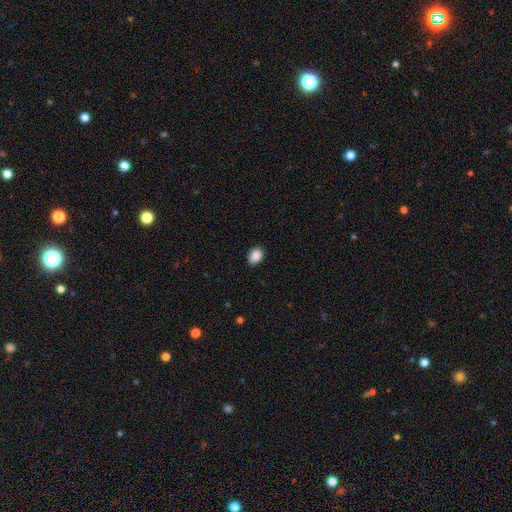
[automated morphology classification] type=smooth (89%); roundness=in between (68%); merging=none (90%).